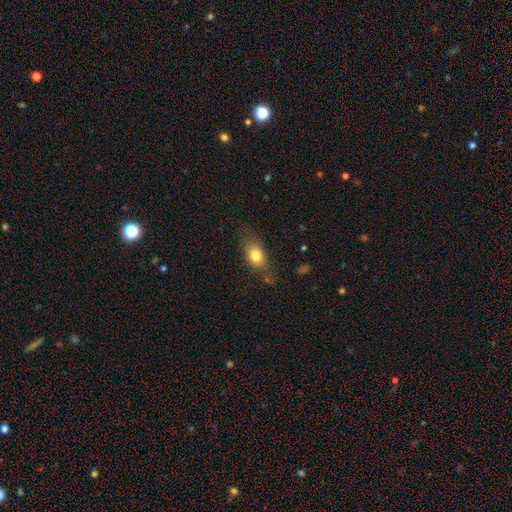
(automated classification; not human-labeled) A smooth galaxy with no disk features (78%) that is in between round and cigar-shaped (73%). Merging: none (67%).